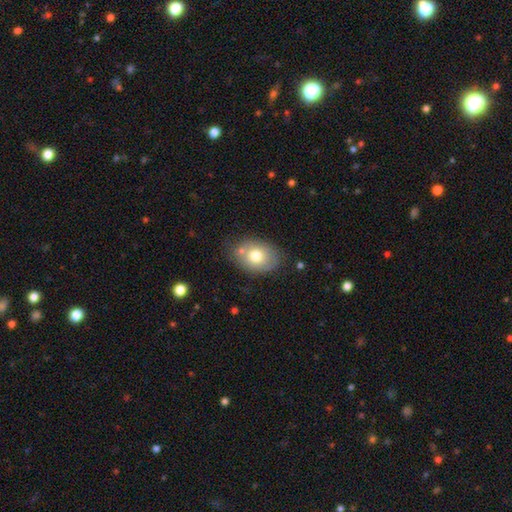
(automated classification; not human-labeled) Morphology: type=smooth (72%); roundness=in between (73%); merging=none (67%).